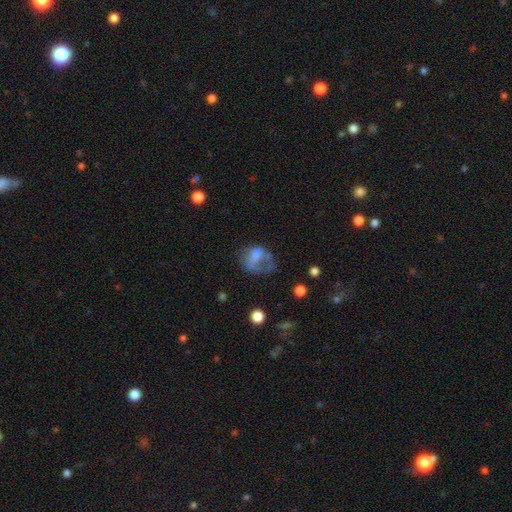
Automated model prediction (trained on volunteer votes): This appears to be a smooth galaxy with no disk features (53%) that is in between round and cigar-shaped (57%). Merging: major disturbance (48%).